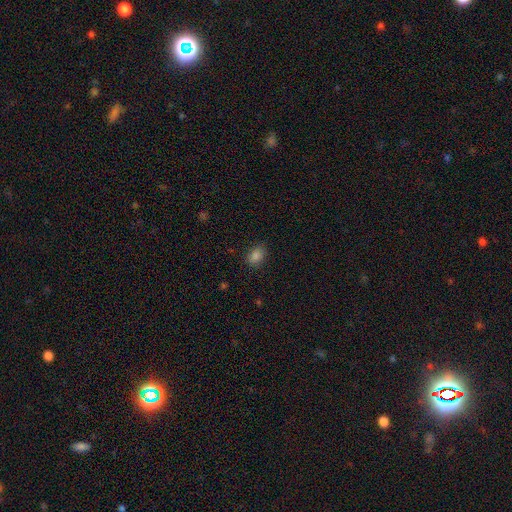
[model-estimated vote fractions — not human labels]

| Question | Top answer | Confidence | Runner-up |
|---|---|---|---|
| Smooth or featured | smooth | 85% | star or artifact (11%) |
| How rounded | in between | 77% | round (22%) |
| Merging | none | 84% | minor disturbance (12%) |